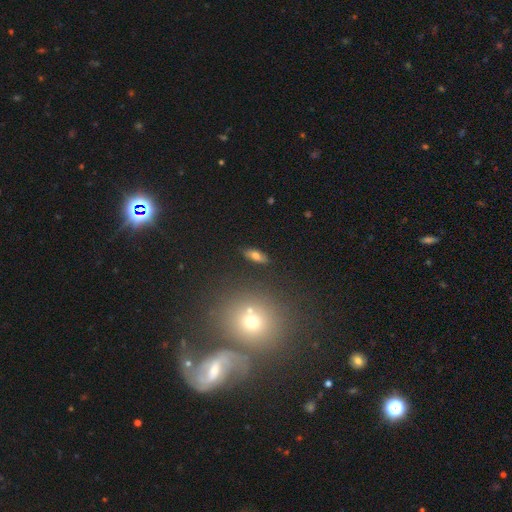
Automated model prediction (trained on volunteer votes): Smooth or featured?
  - smooth: 67% *
  - featured or disk: 22%
  - star or artifact: 11%
How rounded?
  - in between: 70% *
  - cigar-shaped: 25%
  - round: 5%
Merging?
  - none: 86% *
  - minor disturbance: 9%
  - major disturbance: 3%
  - merger: 2%